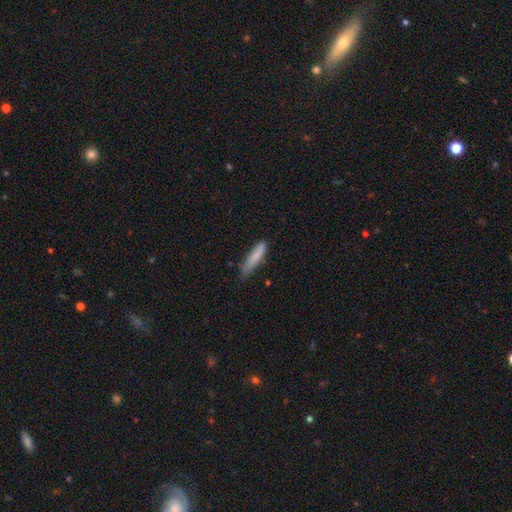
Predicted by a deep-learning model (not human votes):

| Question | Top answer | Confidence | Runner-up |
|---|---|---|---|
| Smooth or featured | smooth | 82% | featured or disk (12%) |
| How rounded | cigar-shaped | 85% | in between (14%) |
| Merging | none | 61% | minor disturbance (31%) |